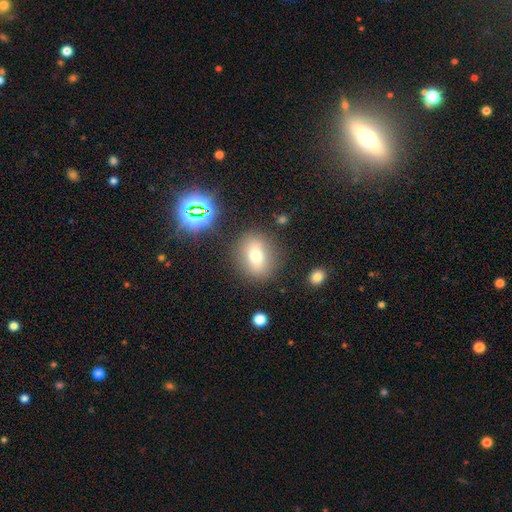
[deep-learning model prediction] The model was most divided on "how rounded": in between: 53%, round: 45%, cigar-shaped: 3%. More confident: merging — none (83%); smooth or featured — smooth (65%).